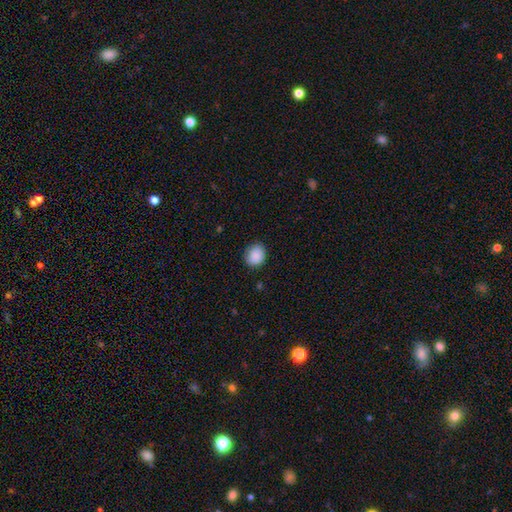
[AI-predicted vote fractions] Smooth or featured? Predicted: smooth (p=0.89). How rounded? Predicted: round (p=0.71). Merging? Predicted: none (p=0.84).